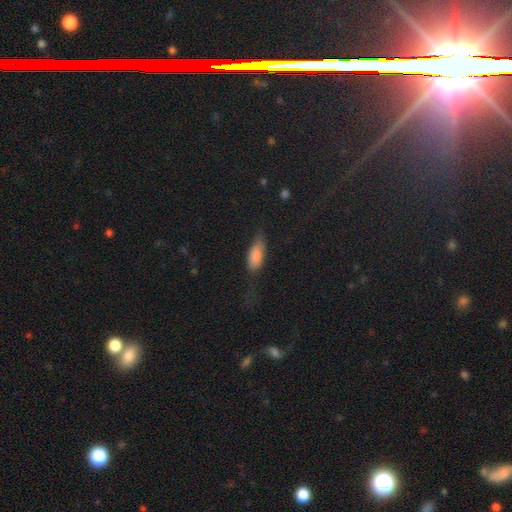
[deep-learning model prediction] A smooth galaxy with no disk features (81%) that is in between round and cigar-shaped (79%).

Vote fractions:
- Smooth or featured? smooth: 81% / featured or disk: 12% / star or artifact: 7%
- How rounded? in between: 79% / cigar-shaped: 18% / round: 3%
- Merging? none: 46% / minor disturbance: 32% / major disturbance: 19% / merger: 2%